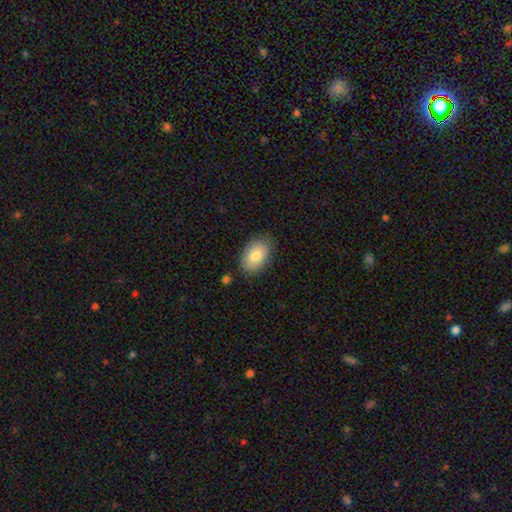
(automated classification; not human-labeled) Smooth or featured? Predicted: smooth (p=0.81). How rounded? Predicted: in between (p=0.90). Merging? Predicted: none (p=0.83).